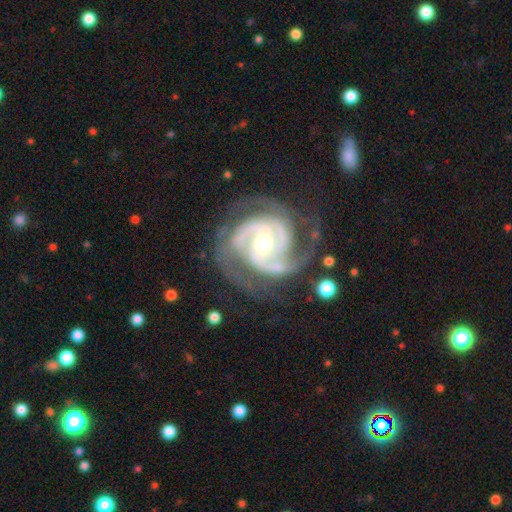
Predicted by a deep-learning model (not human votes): The model was most divided on "bulge size": moderate: 51%, small: 44%, large: 3%, none: 1%, dominant: 1%. Remaining: spiral arms — yes (98%); edge-on disk — no (98%); smooth or featured — featured or disk (92%); merging — none (70%); spiral winding — tight (62%); spiral arm count — 2 (52%); bar — no (50%).